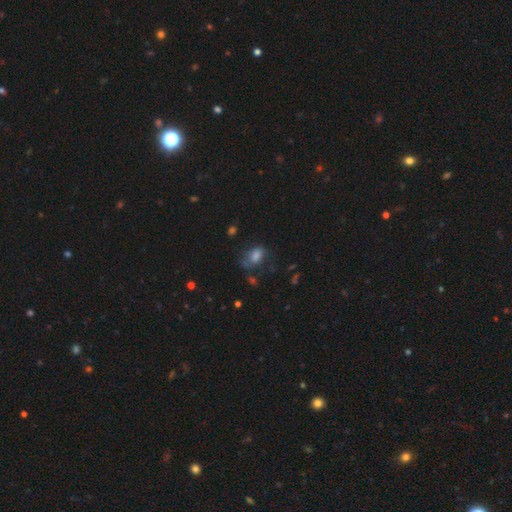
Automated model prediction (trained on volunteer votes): Morphology: type=smooth (64%); roundness=in between (78%); merging=none (51%).